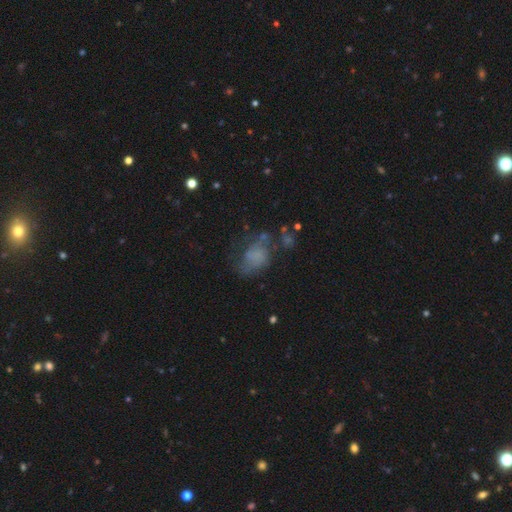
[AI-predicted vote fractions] This appears to be a smooth galaxy with no disk features (50%). Merging: none (36%).